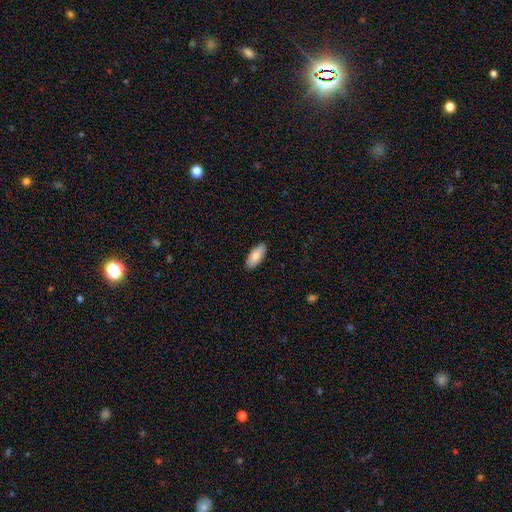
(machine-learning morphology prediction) Q: Smooth or featured?
A: smooth (83%); runner-up: featured or disk (11%)
Q: How rounded?
A: in between (85%); runner-up: cigar-shaped (13%)
Q: Merging?
A: none (89%); runner-up: minor disturbance (9%)